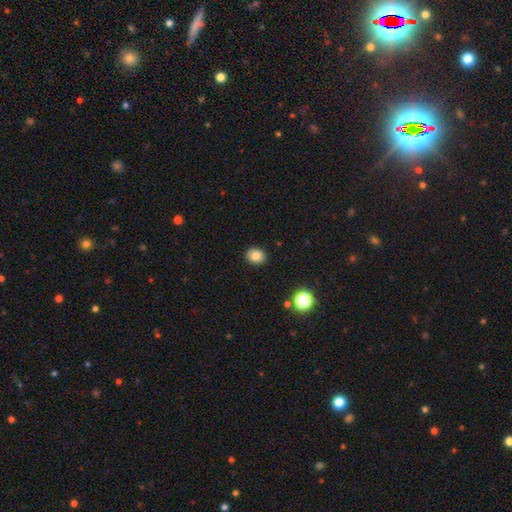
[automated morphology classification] Smooth or featured: smooth — 82% (star or artifact — 11%)
How rounded: round — 64% (in between — 35%)
Merging: none — 91% (minor disturbance — 6%)